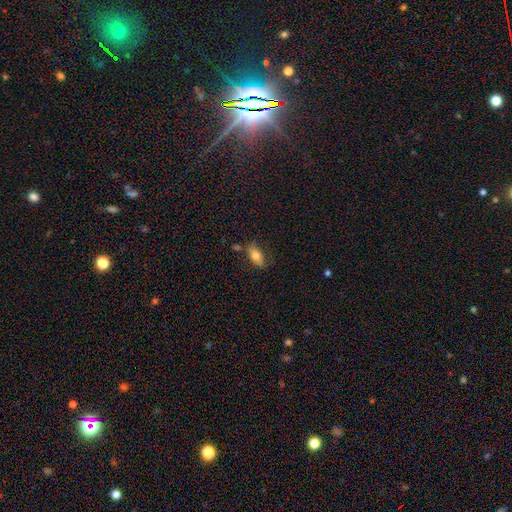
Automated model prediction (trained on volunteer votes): Smooth or featured: smooth — 76% (featured or disk — 16%)
How rounded: in between — 88% (cigar-shaped — 6%)
Merging: none — 64% (minor disturbance — 22%)